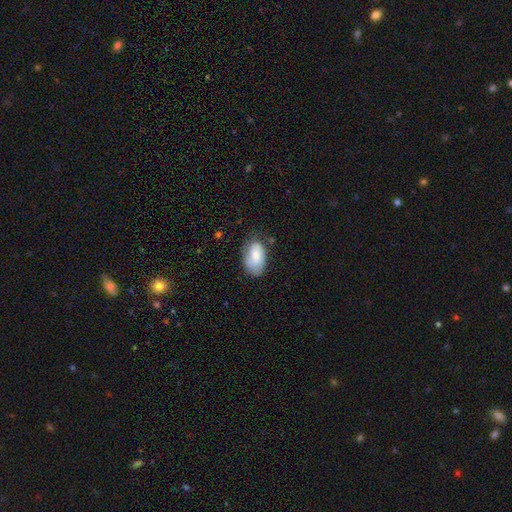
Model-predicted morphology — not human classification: Smooth or featured?
  - smooth: 76% *
  - featured or disk: 18%
  - star or artifact: 7%
How rounded?
  - in between: 93% *
  - round: 5%
  - cigar-shaped: 2%
Merging?
  - none: 59% *
  - minor disturbance: 31%
  - major disturbance: 9%
  - merger: 2%